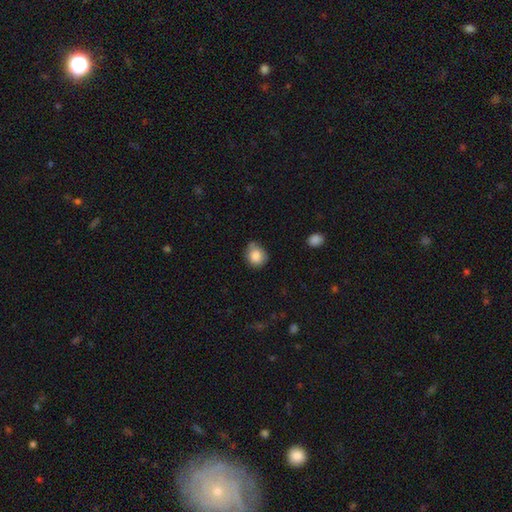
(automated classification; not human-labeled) Smooth or featured? smooth (85%)
How rounded? round (71%)
Merging? none (61%)